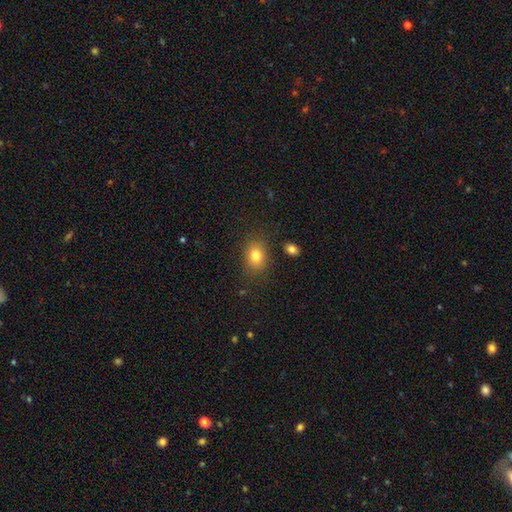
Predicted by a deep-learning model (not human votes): smooth_or_featured: smooth (p=0.80) [alt: star or artifact p=0.11]
how_rounded: in between (p=0.65) [alt: round p=0.34]
merging: none (p=0.81) [alt: minor disturbance p=0.12]